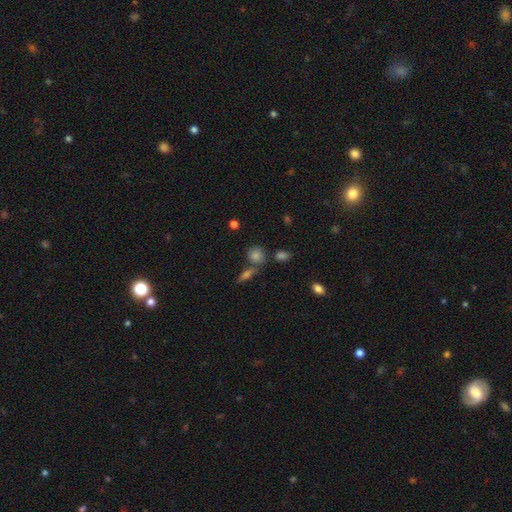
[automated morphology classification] smooth_or_featured: smooth (p=0.74) [alt: star or artifact p=0.16]
how_rounded: round (p=0.71) [alt: in between p=0.25]
merging: none (p=0.66) [alt: merger p=0.17]